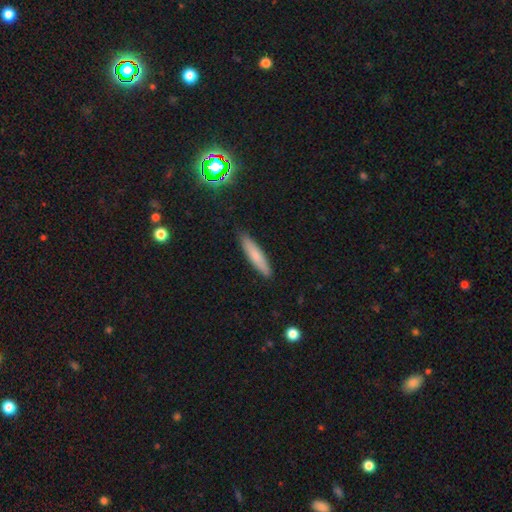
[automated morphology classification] Smooth or featured? Predicted: smooth (p=0.73). How rounded? Predicted: cigar-shaped (p=0.84). Merging? Predicted: none (p=0.89).